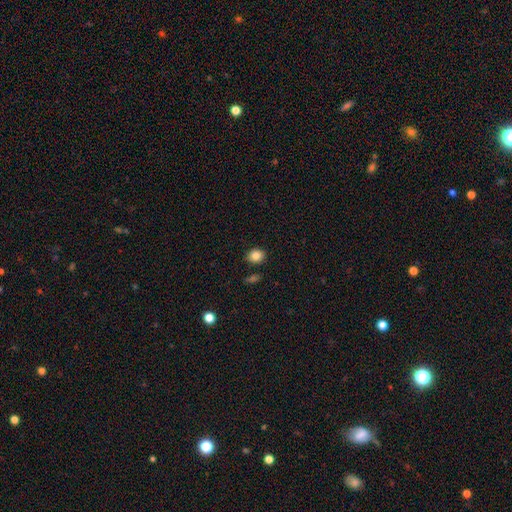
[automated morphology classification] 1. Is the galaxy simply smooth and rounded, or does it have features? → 84% smooth, 9% star or artifact, 6% featured or disk.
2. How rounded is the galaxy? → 55% round, 44% in between, 1% cigar-shaped.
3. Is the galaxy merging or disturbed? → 85% none, 10% minor disturbance, 3% merger, 2% major disturbance.